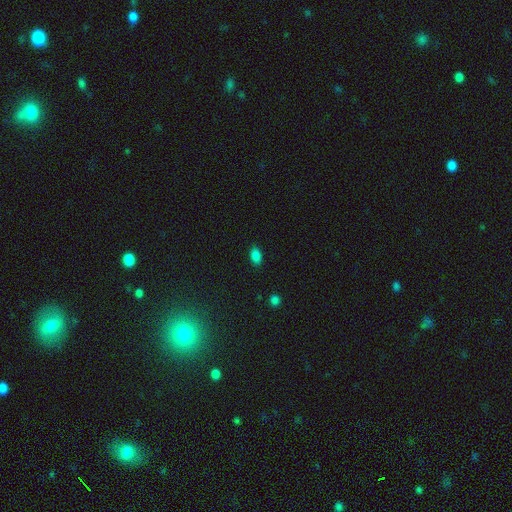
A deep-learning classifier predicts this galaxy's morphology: Smooth or featured: smooth — 84% (star or artifact — 12%)
How rounded: in between — 88% (round — 10%)
Merging: none — 87% (minor disturbance — 9%)